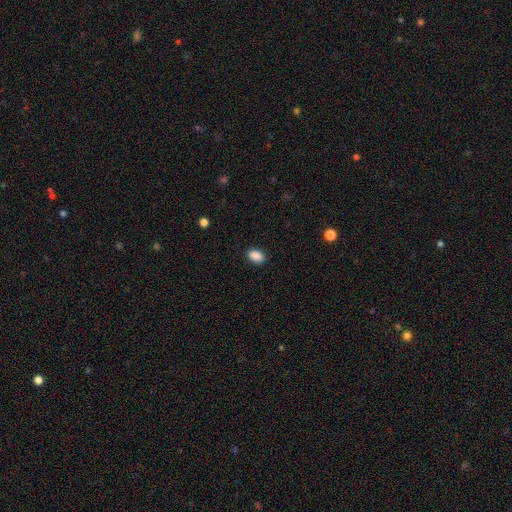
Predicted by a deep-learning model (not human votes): smooth-or-featured: smooth: 89% | star or artifact: 8% | featured or disk: 3%
  how-rounded: in between: 86% | round: 13% | cigar-shaped: 1%
  merging: none: 88% | minor disturbance: 9% | major disturbance: 2% | merger: 1%